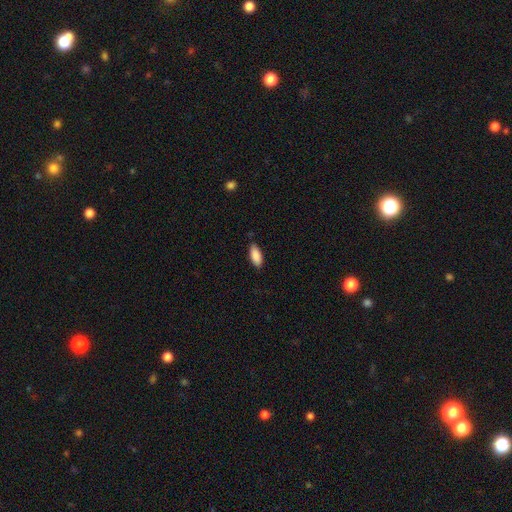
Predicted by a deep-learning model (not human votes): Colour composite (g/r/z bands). It shows a smooth galaxy with no disk features (89%) that is in between round and cigar-shaped (87%). Merging: none (84%).